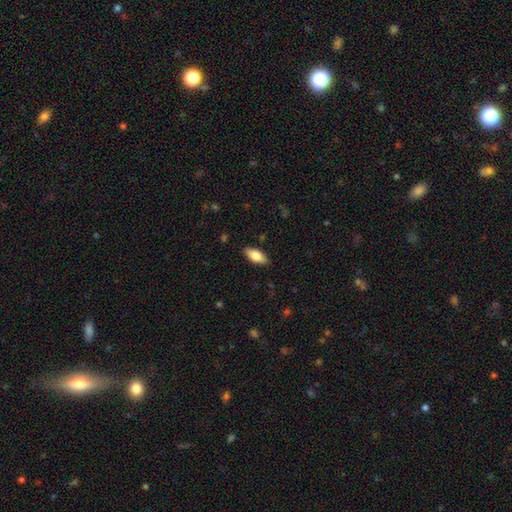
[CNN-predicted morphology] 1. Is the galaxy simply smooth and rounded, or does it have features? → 76% smooth, 18% featured or disk, 6% star or artifact.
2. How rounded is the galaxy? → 85% in between, 12% cigar-shaped, 2% round.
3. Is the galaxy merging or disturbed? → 88% none, 9% minor disturbance, 2% major disturbance, 1% merger.